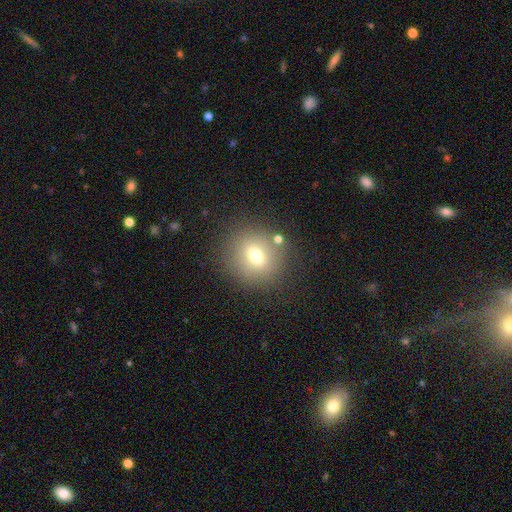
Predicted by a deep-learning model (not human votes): Smooth or featured? smooth (70%)
How rounded? round (86%)
Merging? none (83%)